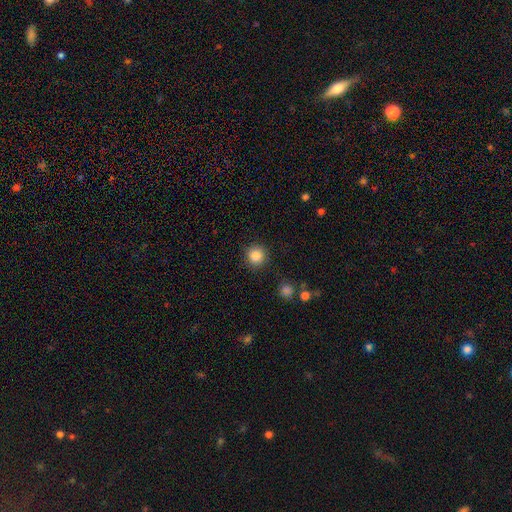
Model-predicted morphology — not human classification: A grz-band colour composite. It shows a smooth galaxy with no disk features (85%) that is round (94%). Merging: none (90%).